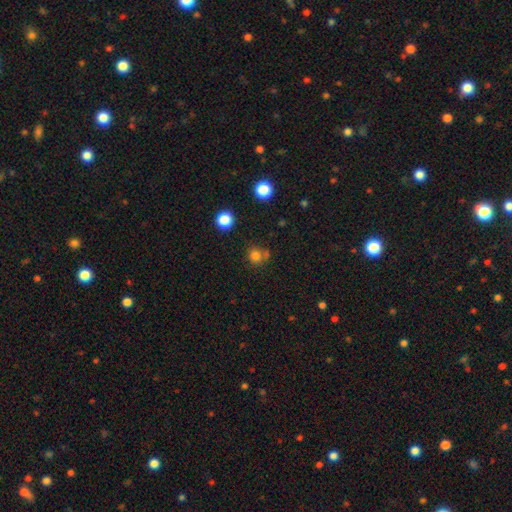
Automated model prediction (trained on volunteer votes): This is likely a smooth galaxy (77%). How rounded: clearly round (88%). Merging: likely none (63%).